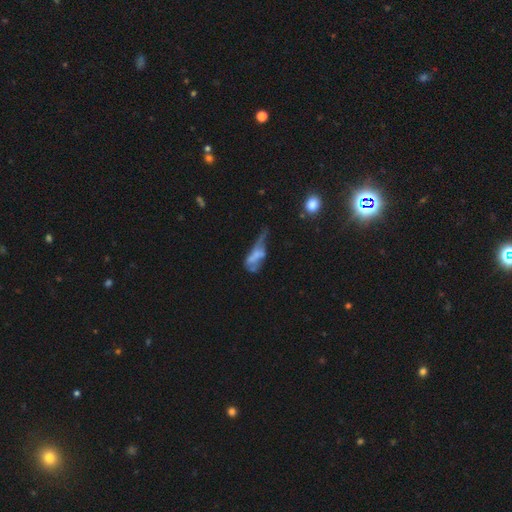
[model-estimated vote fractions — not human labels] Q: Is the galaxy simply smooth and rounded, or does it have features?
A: featured or disk — 44%.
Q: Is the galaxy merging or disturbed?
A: major disturbance — 44%.